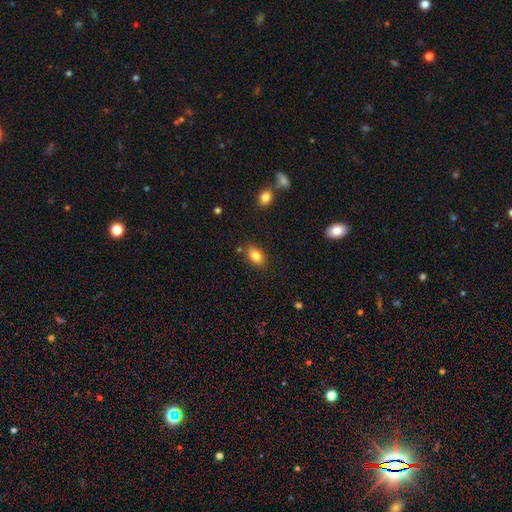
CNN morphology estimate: A smooth galaxy with no disk features (83%) that is in between round and cigar-shaped (86%).

Vote fractions:
- Smooth or featured? smooth: 83% / star or artifact: 9% / featured or disk: 8%
- How rounded? in between: 86% / round: 12% / cigar-shaped: 2%
- Merging? none: 80% / minor disturbance: 12% / merger: 5% / major disturbance: 3%